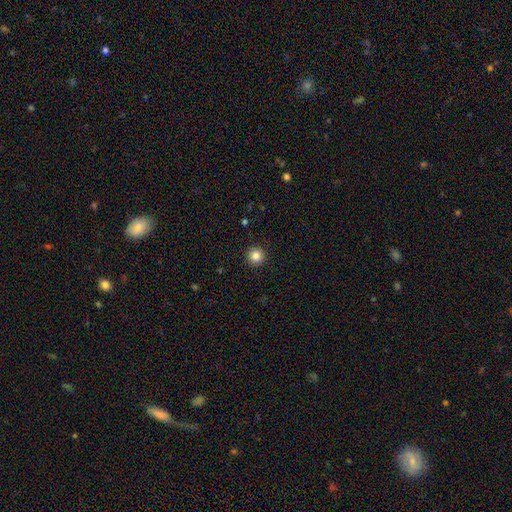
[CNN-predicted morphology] The model was most divided on "smooth or featured": smooth: 84%, star or artifact: 11%, featured or disk: 5%. More confident: how rounded — round (96%); merging — none (94%).